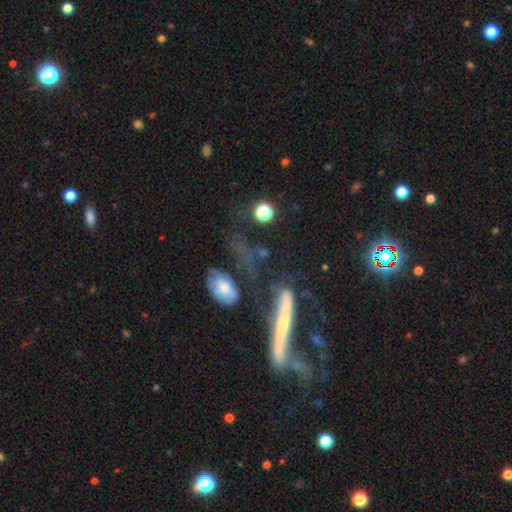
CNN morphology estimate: featured or disk 42%, smooth 38%, star or artifact 20%. Down the decision tree: merging — none (38%).